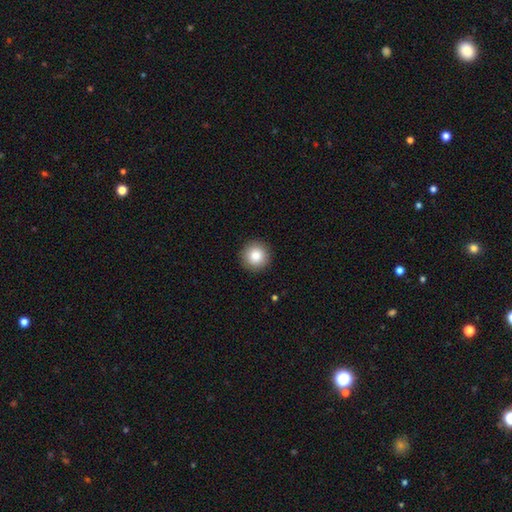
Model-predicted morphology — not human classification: The model was most divided on "smooth or featured": smooth: 86%, star or artifact: 9%, featured or disk: 6%. More confident: how rounded — round (96%); merging — none (92%).